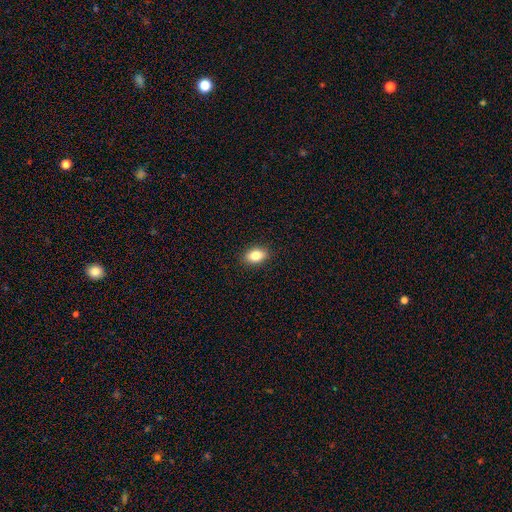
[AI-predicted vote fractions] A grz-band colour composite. It shows a smooth galaxy with no disk features (83%) that is in between round and cigar-shaped (84%). Merging: none (90%).